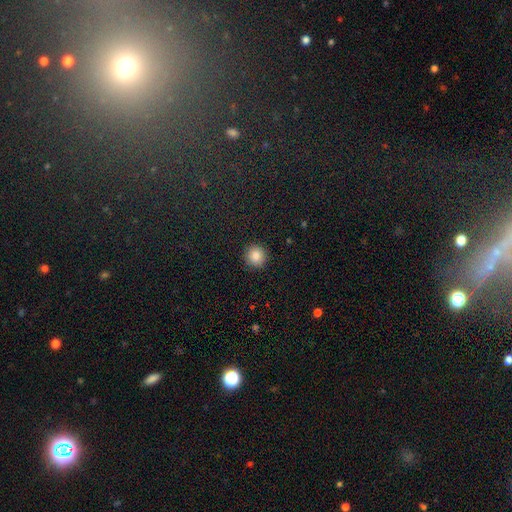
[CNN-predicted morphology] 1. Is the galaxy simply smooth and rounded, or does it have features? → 85% smooth, 10% star or artifact, 5% featured or disk.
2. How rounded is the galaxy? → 94% round, 5% in between, 1% cigar-shaped.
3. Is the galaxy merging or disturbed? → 92% none, 5% minor disturbance, 2% major disturbance, 1% merger.